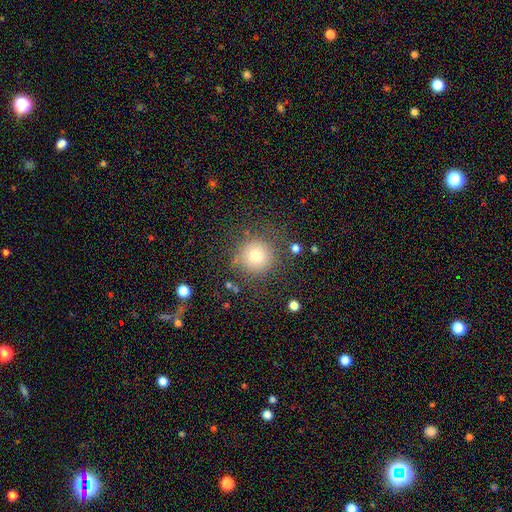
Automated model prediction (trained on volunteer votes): A smooth galaxy with no disk features (75%) that is round (94%). Merging: none (78%).